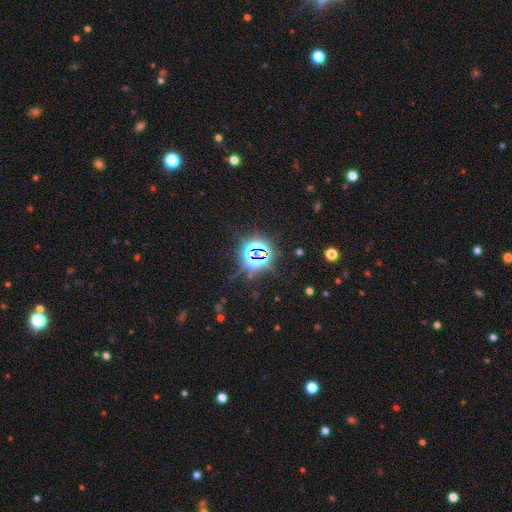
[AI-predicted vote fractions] Q: Smooth or featured?
A: star or artifact (81%); runner-up: smooth (11%)